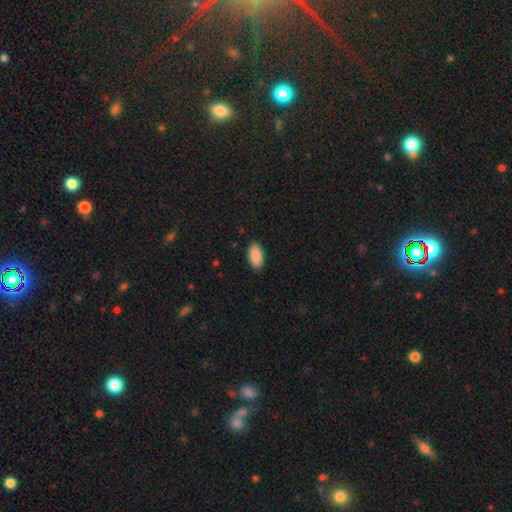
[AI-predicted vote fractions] Smooth or featured? smooth (91%)
How rounded? in between (94%)
Merging? none (89%)